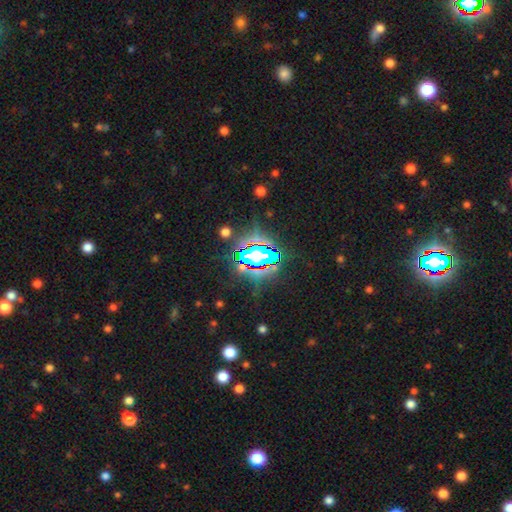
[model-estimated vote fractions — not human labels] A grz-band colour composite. It shows a star or artifact, not a galaxy (68%).